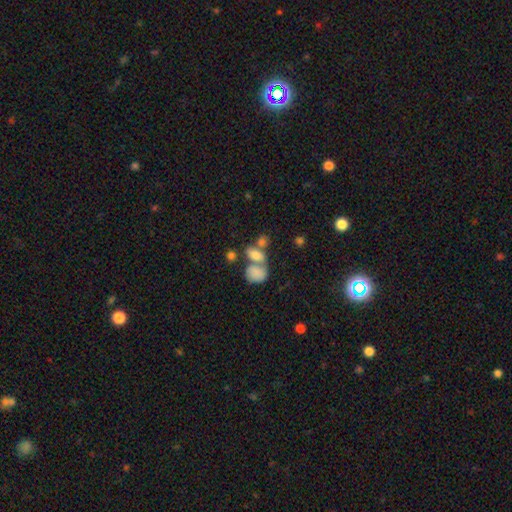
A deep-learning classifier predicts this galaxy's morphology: smooth_or_featured: smooth (p=0.76) [alt: featured or disk p=0.13]
how_rounded: in between (p=0.76) [alt: round p=0.22]
merging: merger (p=0.54) [alt: none p=0.29]